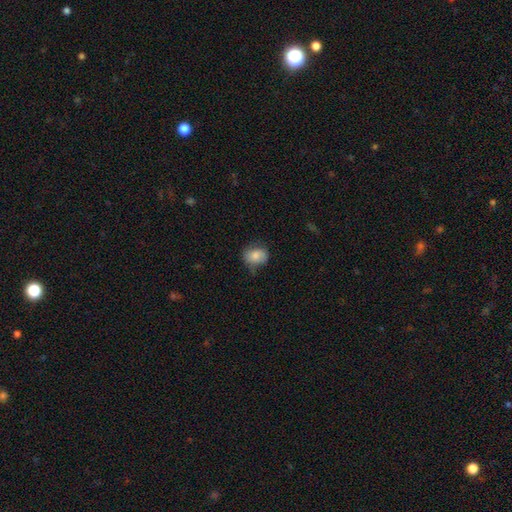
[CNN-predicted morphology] The model was most divided on "how rounded": in between: 51%, round: 48%, cigar-shaped: 1%. More confident: smooth or featured — smooth (77%); merging — none (62%).